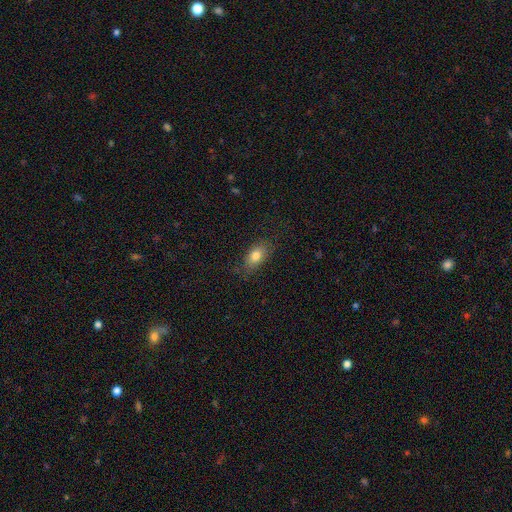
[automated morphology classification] The model was most divided on "merging": none: 76%, minor disturbance: 18%, major disturbance: 5%, merger: 1%. More confident: how rounded — in between (86%); smooth or featured — smooth (79%).